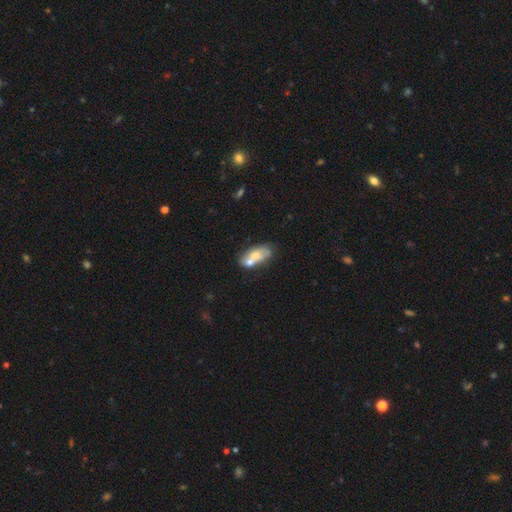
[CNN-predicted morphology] The model was most divided on "merging": merger: 48%, none: 29%, minor disturbance: 15%, major disturbance: 8%. More confident: how rounded — in between (86%); smooth or featured — smooth (59%).